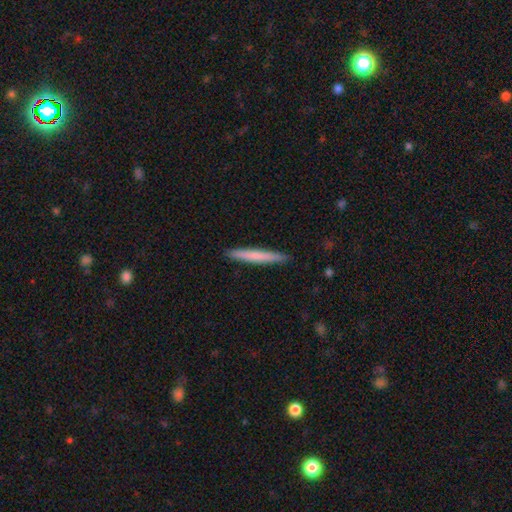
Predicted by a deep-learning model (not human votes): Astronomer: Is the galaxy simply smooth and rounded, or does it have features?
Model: smooth — 69%.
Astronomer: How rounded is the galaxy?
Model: cigar-shaped — 97%.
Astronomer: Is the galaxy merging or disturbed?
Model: none — 92%.